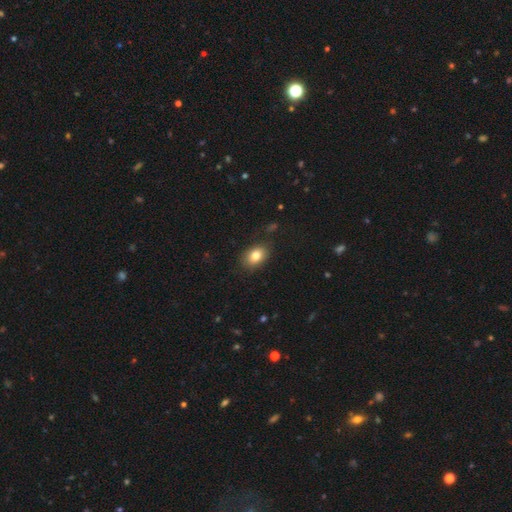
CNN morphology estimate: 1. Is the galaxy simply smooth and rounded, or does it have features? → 81% smooth, 10% featured or disk, 9% star or artifact.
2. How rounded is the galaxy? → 78% in between, 20% round, 1% cigar-shaped.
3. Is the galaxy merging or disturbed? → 82% none, 13% minor disturbance, 3% major disturbance, 1% merger.